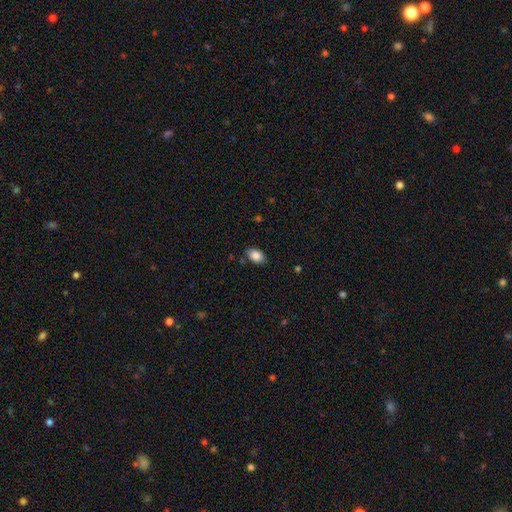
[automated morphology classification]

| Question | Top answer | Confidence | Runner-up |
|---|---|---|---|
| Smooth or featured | smooth | 86% | star or artifact (8%) |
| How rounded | in between | 90% | round (9%) |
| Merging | none | 83% | minor disturbance (13%) |